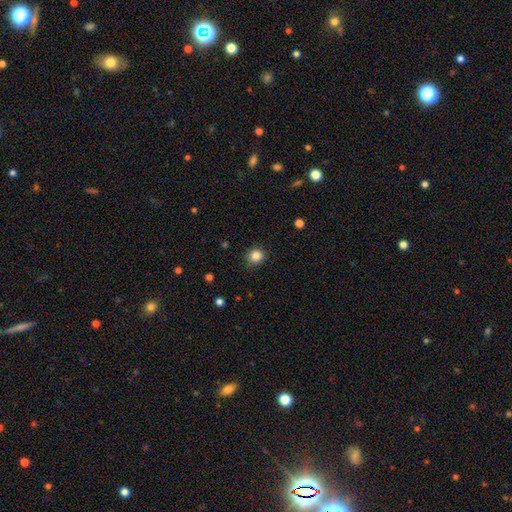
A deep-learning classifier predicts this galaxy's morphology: Q: Smooth or featured?
A: smooth (86%); runner-up: star or artifact (11%)
Q: How rounded?
A: round (89%); runner-up: in between (10%)
Q: Merging?
A: none (87%); runner-up: minor disturbance (9%)